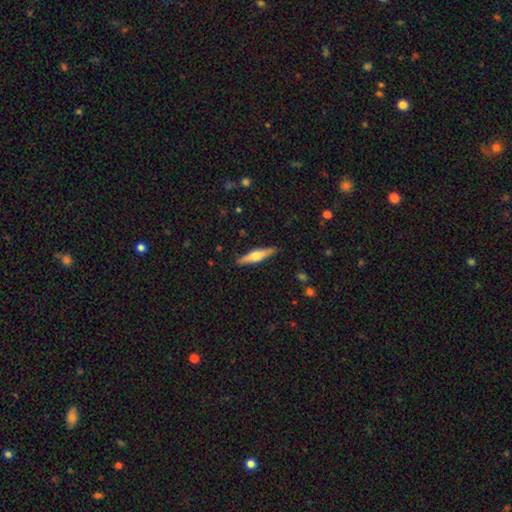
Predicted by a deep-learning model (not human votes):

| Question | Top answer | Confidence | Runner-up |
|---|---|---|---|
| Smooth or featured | featured or disk | 58% | smooth (36%) |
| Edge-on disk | yes | 96% | no (4%) |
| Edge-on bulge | rounded | 91% | boxy (6%) |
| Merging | none | 90% | minor disturbance (7%) |